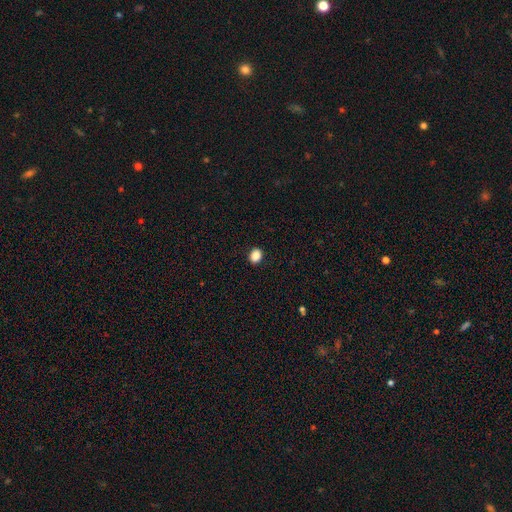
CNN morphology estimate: A smooth galaxy with no disk features (89%) that is in between round and cigar-shaped (55%).

Vote fractions:
- Smooth or featured? smooth: 89% / star or artifact: 9% / featured or disk: 2%
- How rounded? in between: 55% / round: 44% / cigar-shaped: 1%
- Merging? none: 91% / minor disturbance: 7% / major disturbance: 2% / merger: 1%